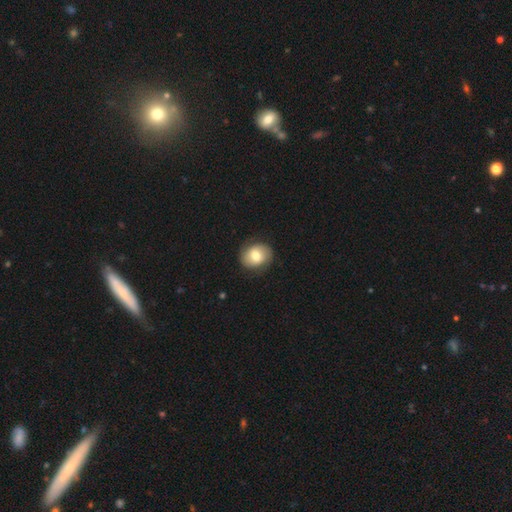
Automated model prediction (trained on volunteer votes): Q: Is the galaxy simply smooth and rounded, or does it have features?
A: smooth — 67%.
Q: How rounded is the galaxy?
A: round — 61%.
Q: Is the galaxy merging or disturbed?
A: none — 83%.